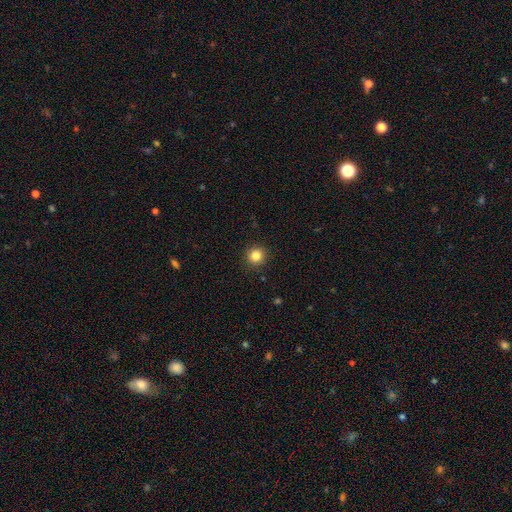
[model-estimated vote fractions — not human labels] Smooth or featured? smooth (84%)
How rounded? round (94%)
Merging? none (92%)